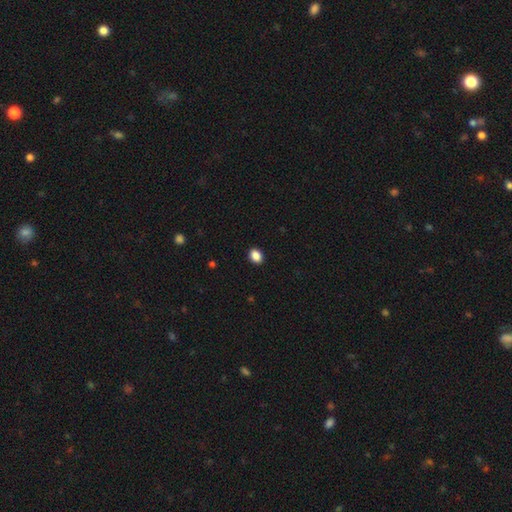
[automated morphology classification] smooth_or_featured: smooth (p=0.88) [alt: star or artifact p=0.09]
how_rounded: in between (p=0.64) [alt: round p=0.35]
merging: none (p=0.91) [alt: minor disturbance p=0.06]